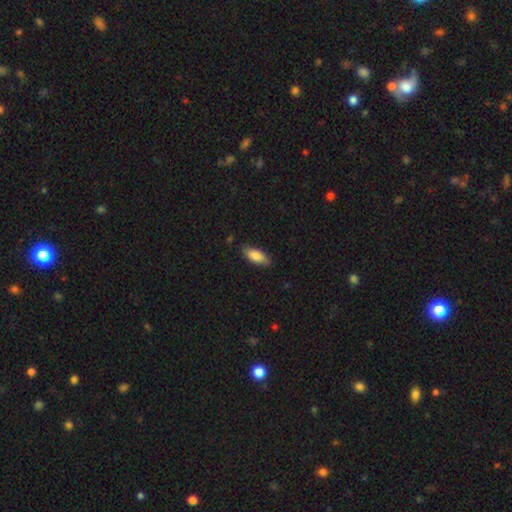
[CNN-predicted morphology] This appears to be a smooth galaxy with no disk features (85%) that is in between round and cigar-shaped (81%). Merging: none (81%).